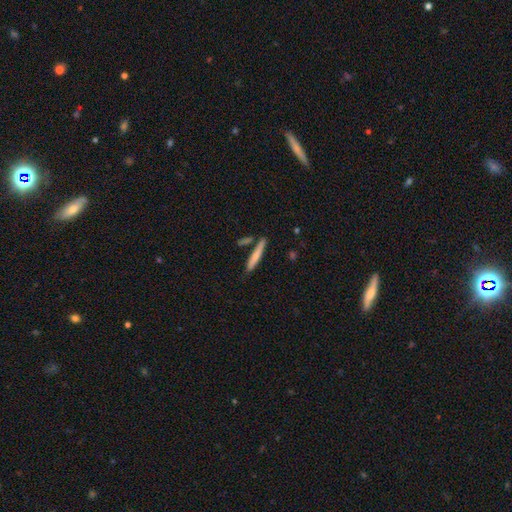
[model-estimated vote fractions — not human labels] A smooth galaxy with no disk features (69%) that is cigar-shaped (93%). Merging: none (78%).